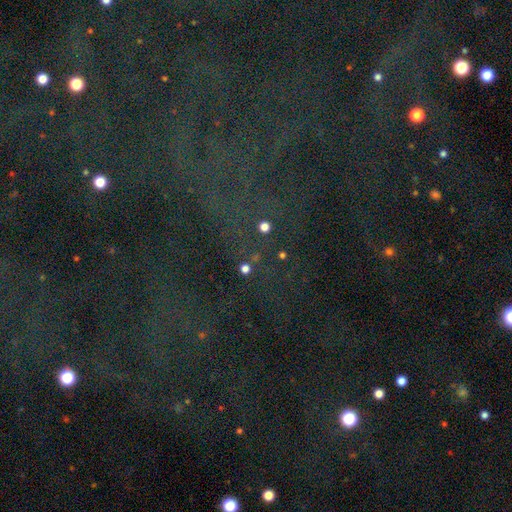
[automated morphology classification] Q: Smooth or featured?
A: star or artifact (83%); runner-up: smooth (10%)